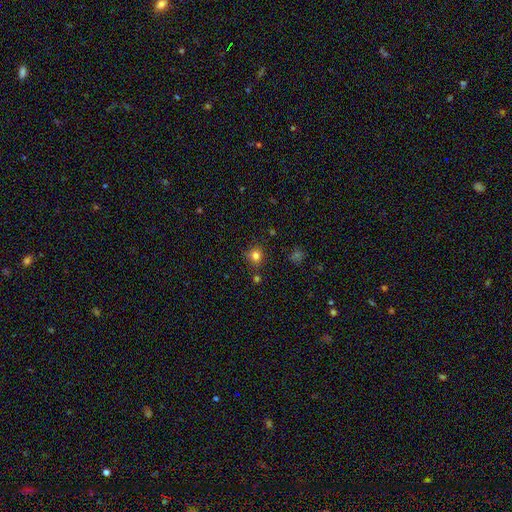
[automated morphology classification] smooth_or_featured: smooth (p=0.79) [alt: star or artifact p=0.15]
how_rounded: round (p=0.90) [alt: in between p=0.09]
merging: none (p=0.82) [alt: minor disturbance p=0.10]